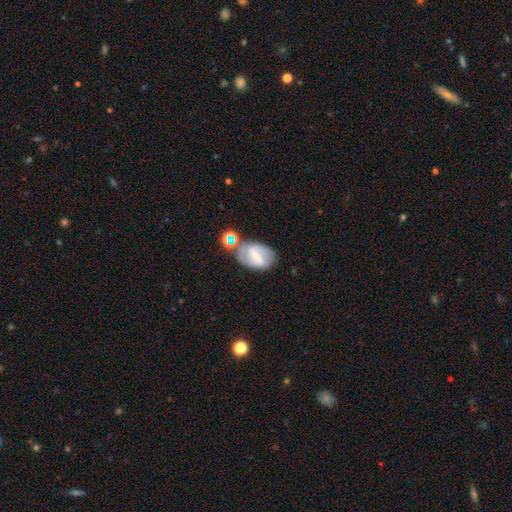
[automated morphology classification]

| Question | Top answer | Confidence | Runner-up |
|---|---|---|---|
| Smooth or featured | featured or disk | 69% | smooth (23%) |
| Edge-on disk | no | 96% | yes (4%) |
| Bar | weak | 44% | tied: strong (44%) |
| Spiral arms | yes | 82% | no (18%) |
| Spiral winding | medium | 44% | loose (29%) |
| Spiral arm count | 2 | 78% | can't tell (14%) |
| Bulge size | small | 60% | moderate (27%) |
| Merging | none | 56% | minor disturbance (20%) |